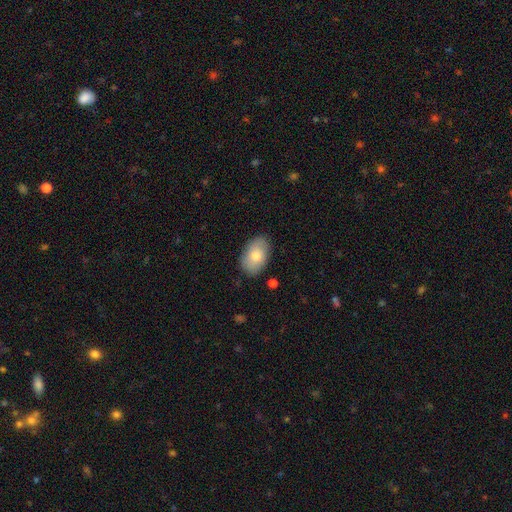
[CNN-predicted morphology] Smooth or featured? smooth (72%)
How rounded? in between (90%)
Merging? none (83%)